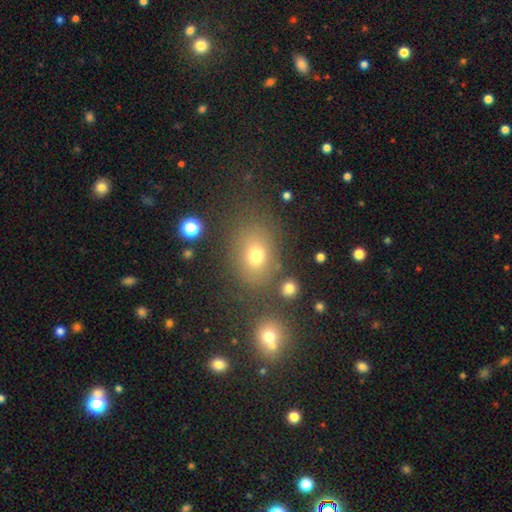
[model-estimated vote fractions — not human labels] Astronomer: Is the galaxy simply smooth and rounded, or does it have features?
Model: smooth — 70%.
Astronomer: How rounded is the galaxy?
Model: in between — 61% (runner-up: round, 37%).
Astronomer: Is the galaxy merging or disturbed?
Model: none — 72%.